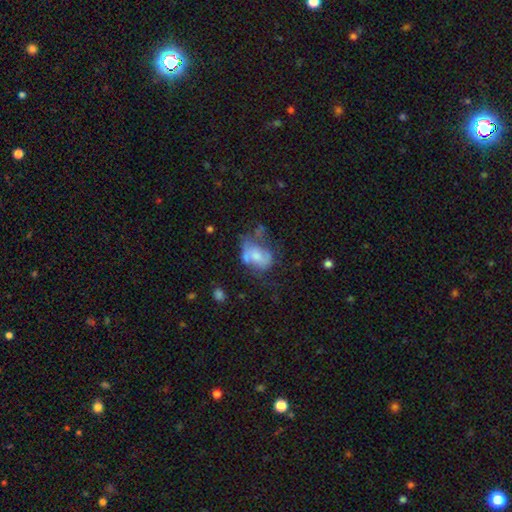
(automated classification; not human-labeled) Q: Smooth or featured?
A: smooth (46%); runner-up: featured or disk (45%)
Q: Merging?
A: major disturbance (34%); runner-up: none (25%)